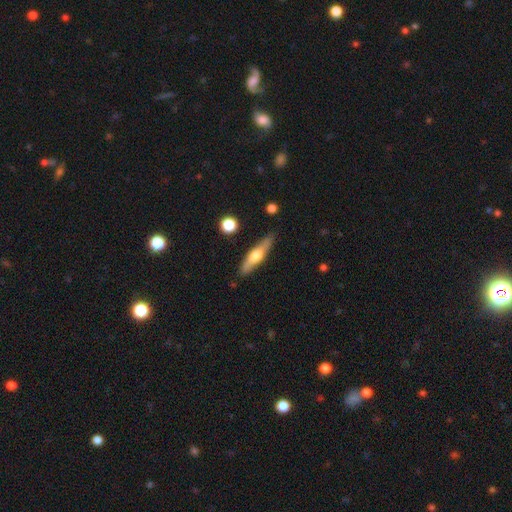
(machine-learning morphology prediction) This is possibly a featured or disk galaxy (49%). Merging: clearly none (83%).